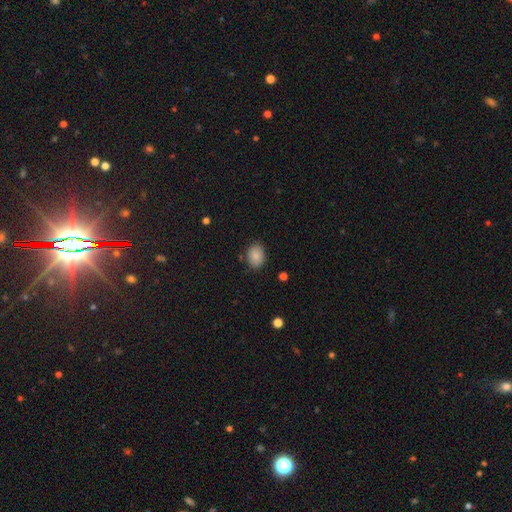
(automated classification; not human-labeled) This appears to be a smooth galaxy with no disk features (87%) that is in between round and cigar-shaped (70%). Merging: none (82%).